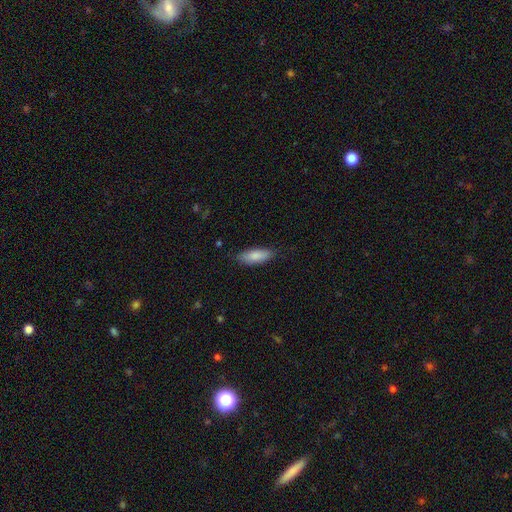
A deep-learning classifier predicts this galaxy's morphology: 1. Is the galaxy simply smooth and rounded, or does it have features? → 84% smooth, 10% featured or disk, 6% star or artifact.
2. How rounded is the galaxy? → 67% in between, 31% cigar-shaped, 2% round.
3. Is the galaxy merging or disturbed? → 82% none, 14% minor disturbance, 3% major disturbance, 1% merger.